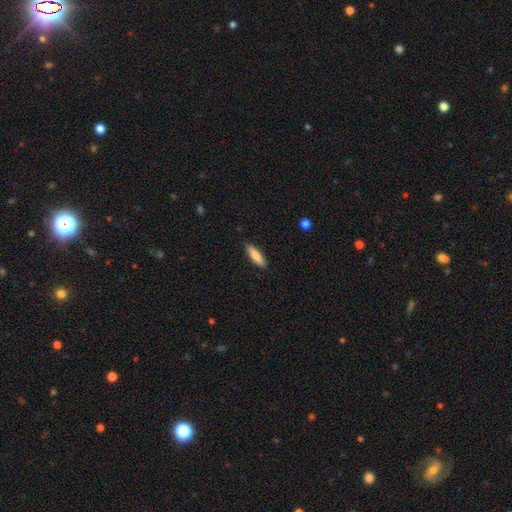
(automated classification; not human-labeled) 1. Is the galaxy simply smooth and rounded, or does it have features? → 79% smooth, 15% featured or disk, 6% star or artifact.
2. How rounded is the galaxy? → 61% cigar-shaped, 37% in between, 2% round.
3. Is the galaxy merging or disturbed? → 87% none, 10% minor disturbance, 2% major disturbance, 1% merger.